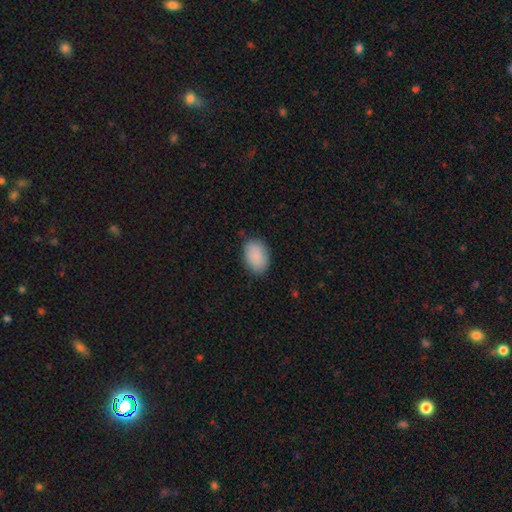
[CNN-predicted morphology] Overall: smooth (88%). How rounded: in between (84%). Merging: none (81%).